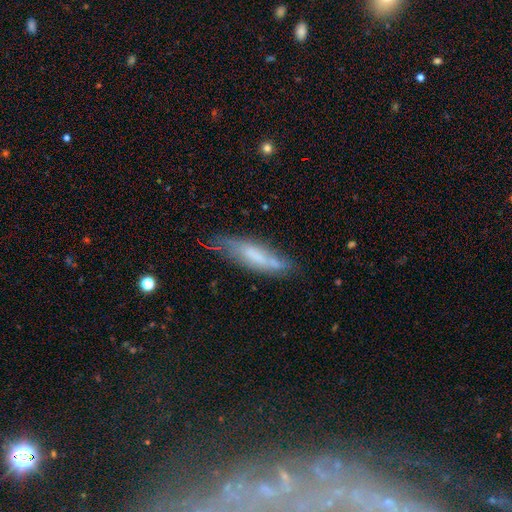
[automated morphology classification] type=smooth (52%); roundness=cigar-shaped (66%); merging=none (54%).